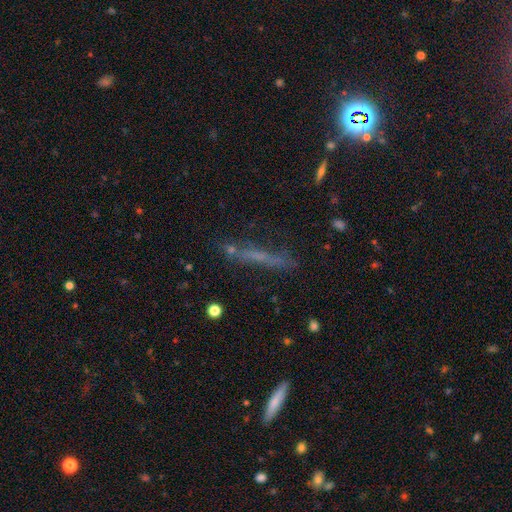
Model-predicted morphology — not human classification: smooth 40%, featured or disk 38%, star or artifact 22%. Down the decision tree: merging — none (70%).